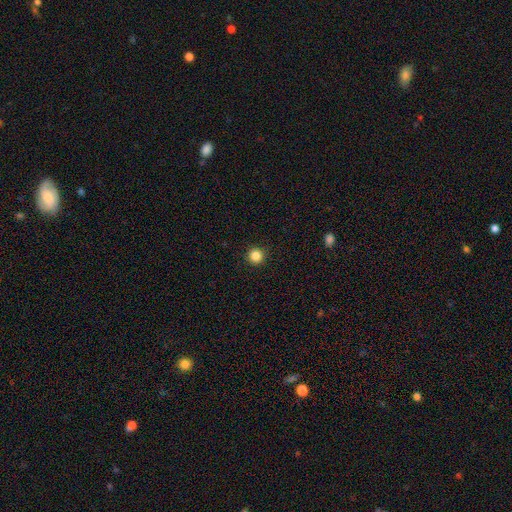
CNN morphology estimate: Q: Smooth or featured?
A: smooth (85%); runner-up: star or artifact (11%)
Q: How rounded?
A: round (96%); runner-up: in between (3%)
Q: Merging?
A: none (93%); runner-up: minor disturbance (4%)